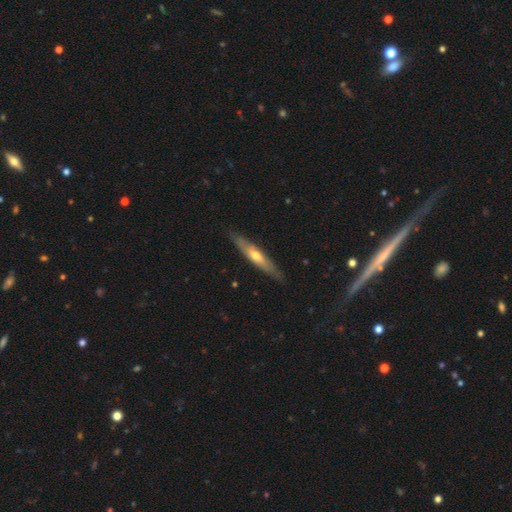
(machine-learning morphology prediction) type=featured or disk (53%); edge-on=yes (81%); merging=none (85%).